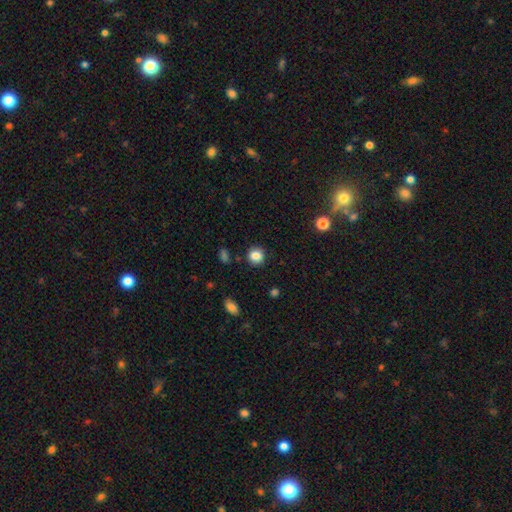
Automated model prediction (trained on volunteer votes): This appears to be a smooth galaxy with no disk features (84%) that is round (87%). Merging: none (89%).